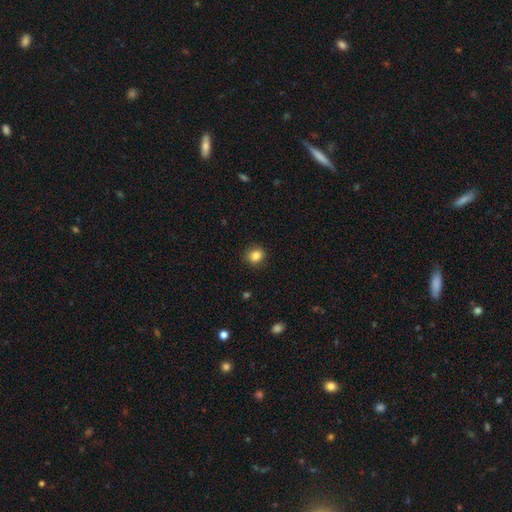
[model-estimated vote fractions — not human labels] smooth 86%, star or artifact 10%, featured or disk 4%. Down the decision tree: how rounded — round (74%); merging — none (89%).